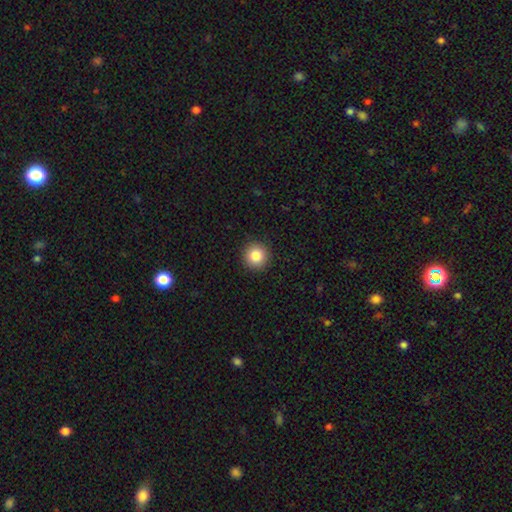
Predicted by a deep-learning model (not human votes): smooth_or_featured: smooth (p=0.84) [alt: star or artifact p=0.10]
how_rounded: round (p=0.95) [alt: in between p=0.04]
merging: none (p=0.92) [alt: minor disturbance p=0.05]